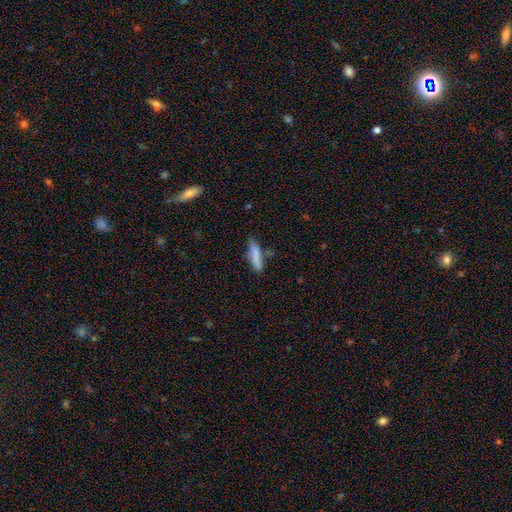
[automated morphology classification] A smooth galaxy with no disk features (80%) that is cigar-shaped (71%). Merging: none (68%).